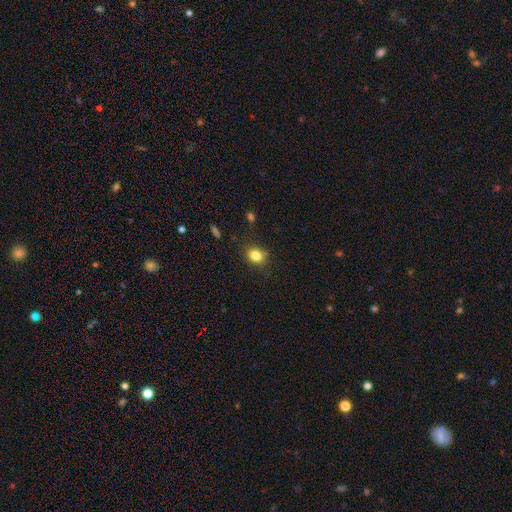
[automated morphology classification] Smooth or featured? Predicted: smooth (p=0.83). How rounded? Predicted: in between (p=0.56). Merging? Predicted: none (p=0.80).